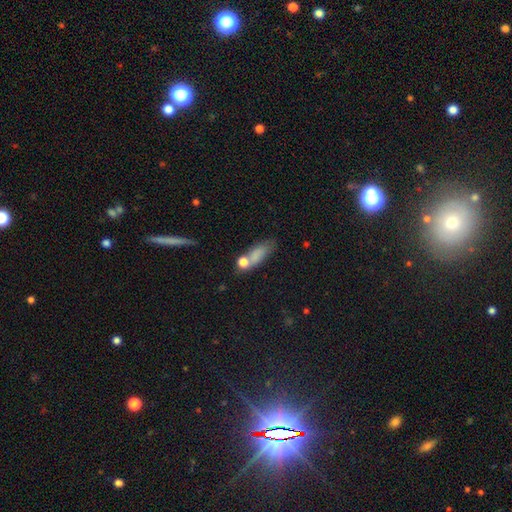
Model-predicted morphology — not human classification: This is likely a smooth galaxy (74%). How rounded: likely in between (61%). Merging: marginally none (45%).